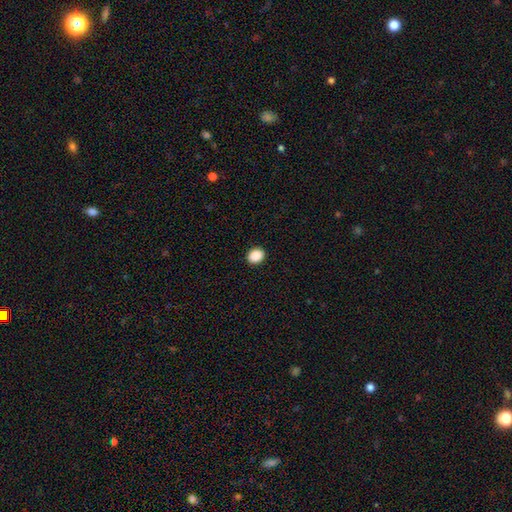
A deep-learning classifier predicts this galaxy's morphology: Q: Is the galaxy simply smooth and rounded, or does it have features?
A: smooth — 88%.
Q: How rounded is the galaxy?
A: round — 65%.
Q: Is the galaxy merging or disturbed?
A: none — 92%.